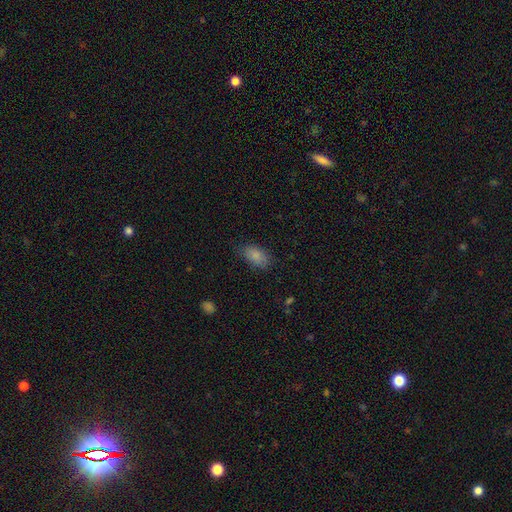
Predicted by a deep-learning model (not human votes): Morphology: type=smooth (86%); roundness=in between (91%); merging=none (74%).